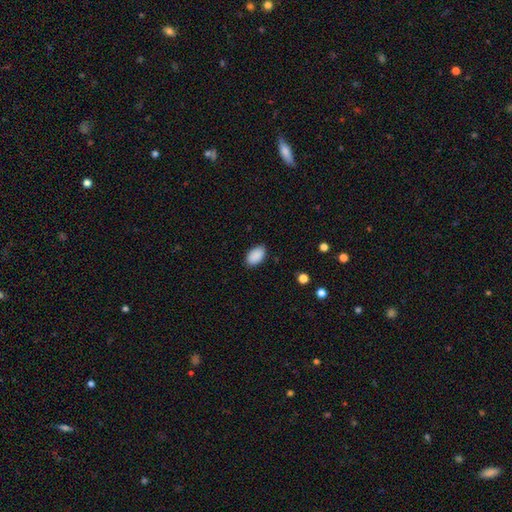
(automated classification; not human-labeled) smooth-or-featured: smooth: 90% | star or artifact: 7% | featured or disk: 3%
  how-rounded: in between: 92% | round: 7% | cigar-shaped: 1%
  merging: none: 87% | minor disturbance: 10% | major disturbance: 2% | merger: 1%